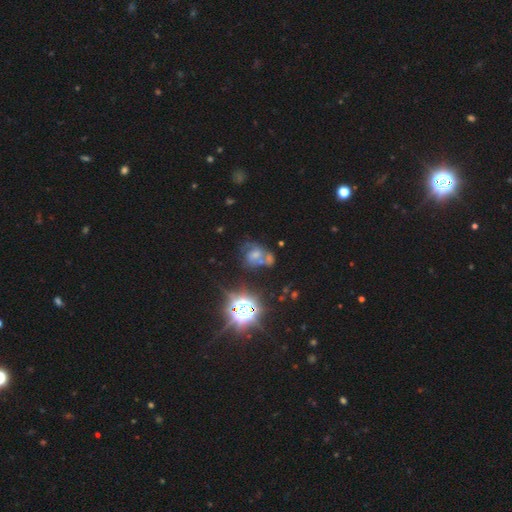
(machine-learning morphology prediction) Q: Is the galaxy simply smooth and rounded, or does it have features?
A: featured or disk — 40%.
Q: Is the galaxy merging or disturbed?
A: merger — 38%.